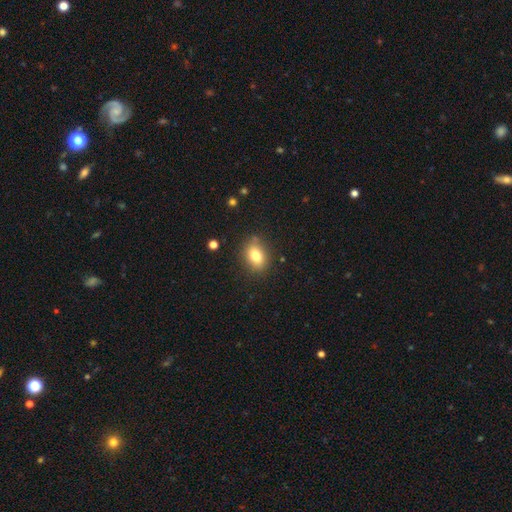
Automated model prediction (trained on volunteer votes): Overall: smooth (80%). How rounded: in between (71%). Merging: none (82%).